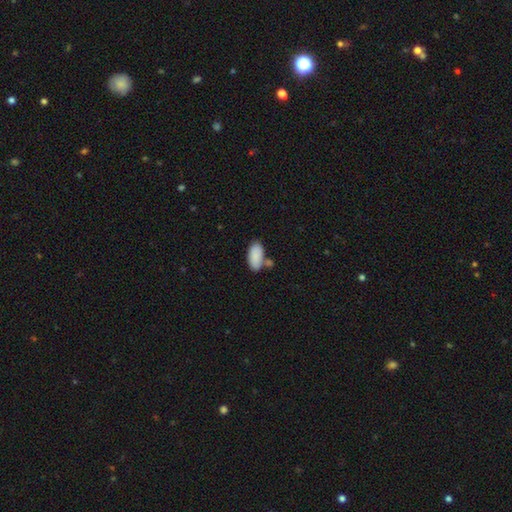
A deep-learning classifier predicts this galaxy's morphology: A smooth galaxy with no disk features (88%) that is in between round and cigar-shaped (94%).

Vote fractions:
- Smooth or featured? smooth: 88% / star or artifact: 6% / featured or disk: 6%
- How rounded? in between: 94% / cigar-shaped: 4% / round: 2%
- Merging? none: 63% / merger: 19% / minor disturbance: 14% / major disturbance: 4%